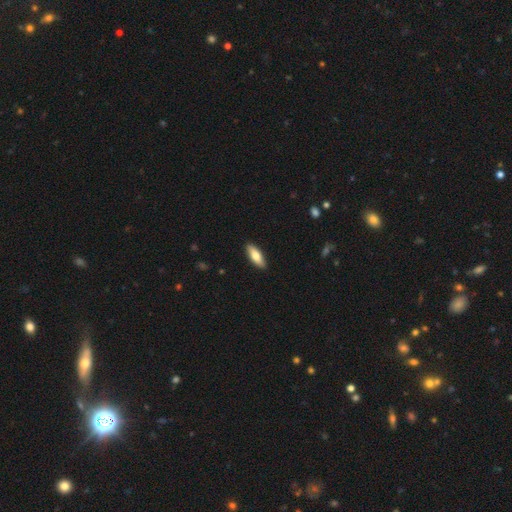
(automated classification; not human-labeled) This appears to be a smooth galaxy with no disk features (75%) that is in between round and cigar-shaped (68%). Merging: none (90%).